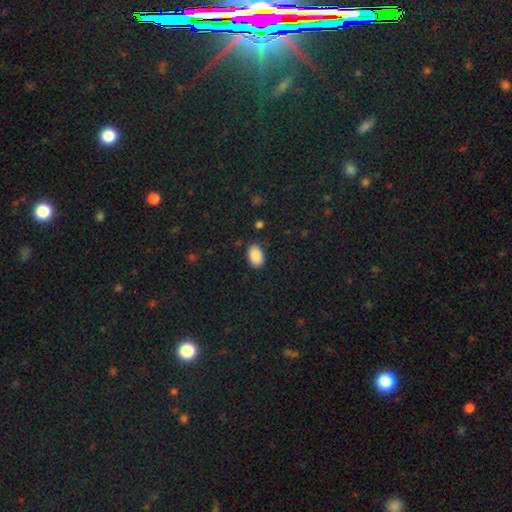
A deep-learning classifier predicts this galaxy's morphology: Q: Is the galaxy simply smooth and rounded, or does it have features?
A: smooth — 89%.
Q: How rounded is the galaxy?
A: in between — 91%.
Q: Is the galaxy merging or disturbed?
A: none — 86%.